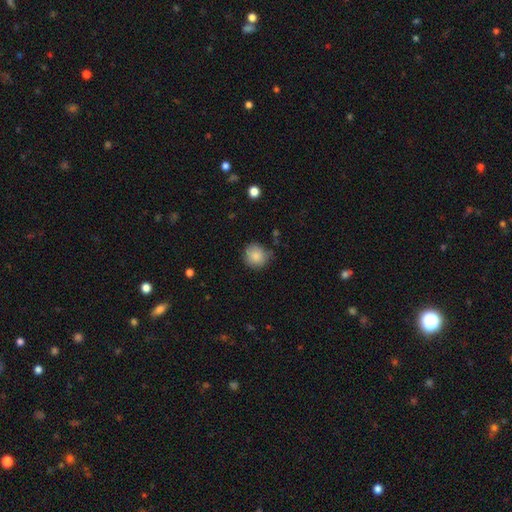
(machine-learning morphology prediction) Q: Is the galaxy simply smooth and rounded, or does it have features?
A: smooth — 86%.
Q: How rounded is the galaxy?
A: round — 88%.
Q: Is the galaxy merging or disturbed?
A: none — 73%.